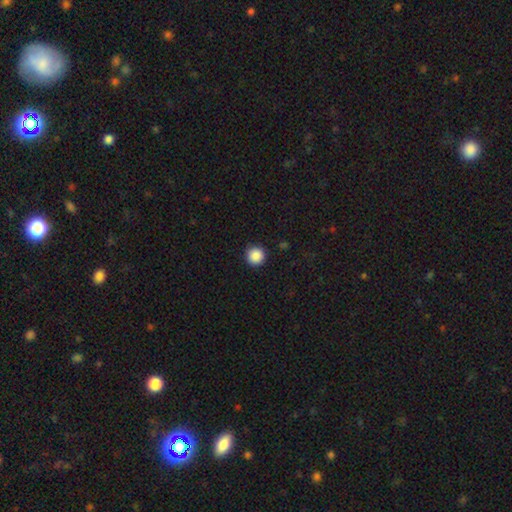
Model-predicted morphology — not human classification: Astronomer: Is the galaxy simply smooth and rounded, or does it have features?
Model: smooth — 88%.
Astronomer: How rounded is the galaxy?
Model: round — 96%.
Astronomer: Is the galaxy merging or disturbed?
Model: none — 92%.